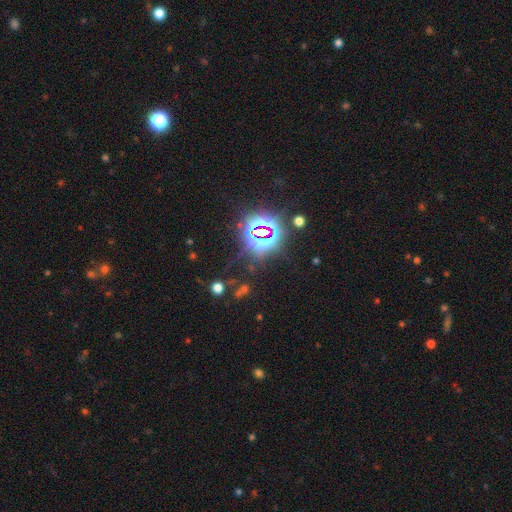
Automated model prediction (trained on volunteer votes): smooth_or_featured: star or artifact (p=0.77) [alt: smooth p=0.17]